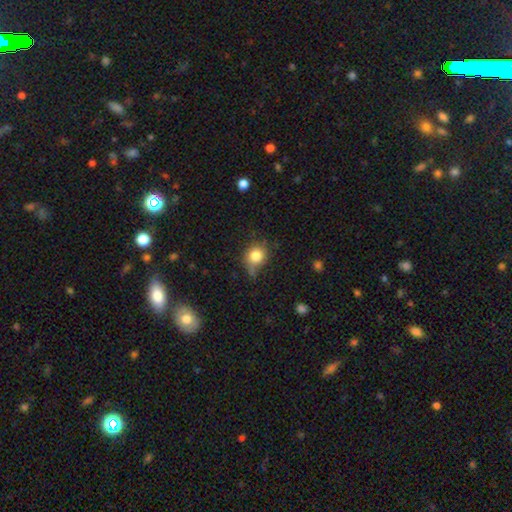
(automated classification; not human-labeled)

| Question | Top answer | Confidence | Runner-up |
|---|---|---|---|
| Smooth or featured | smooth | 80% | star or artifact (10%) |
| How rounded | round | 76% | in between (23%) |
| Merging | none | 56% | minor disturbance (30%) |